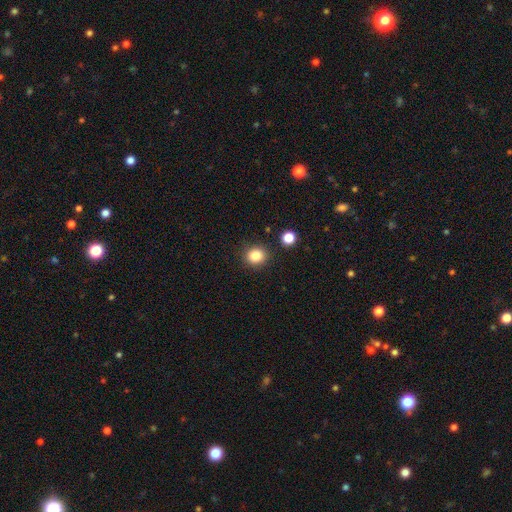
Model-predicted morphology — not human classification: smooth 84%, star or artifact 11%, featured or disk 5%. Down the decision tree: how rounded — round (85%); merging — none (88%).